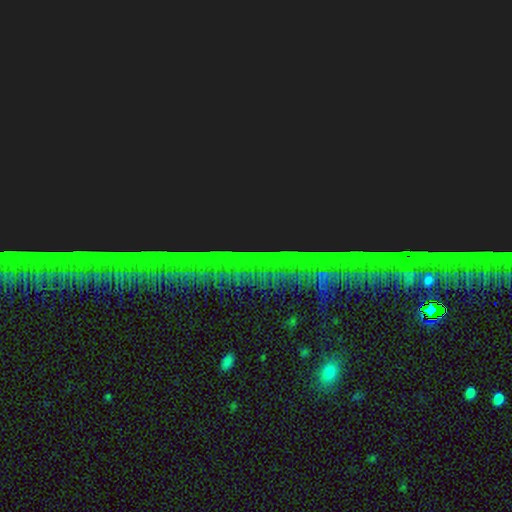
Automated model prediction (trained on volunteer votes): The model was most divided on "smooth or featured": star or artifact: 88%, featured or disk: 7%, smooth: 6%.